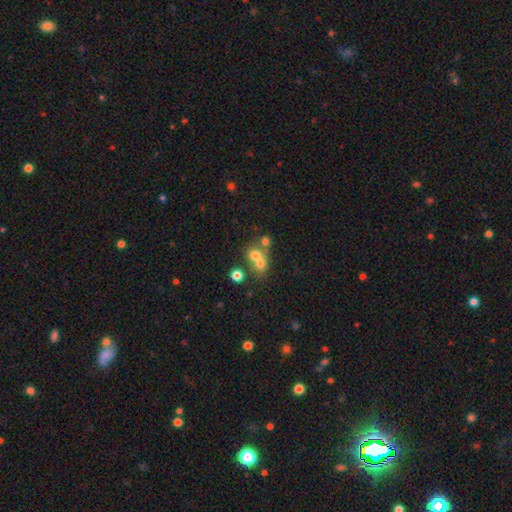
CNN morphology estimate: Smooth or featured?
  - smooth: 64% *
  - featured or disk: 20%
  - star or artifact: 16%
How rounded?
  - round: 73% *
  - in between: 26%
  - cigar-shaped: 1%
Merging?
  - merger: 57% *
  - none: 33%
  - minor disturbance: 6%
  - major disturbance: 4%